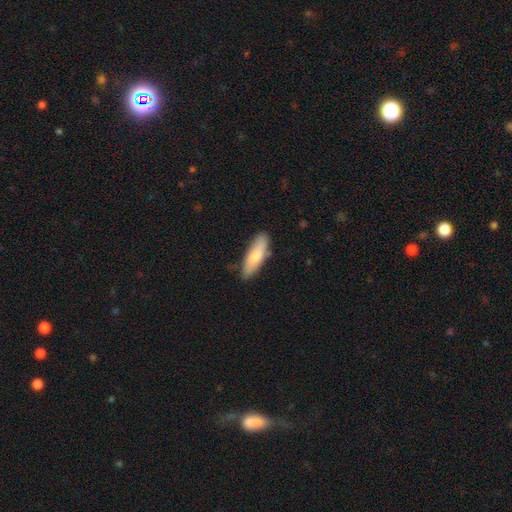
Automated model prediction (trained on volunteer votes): Smooth or featured: smooth — 78% (featured or disk — 16%)
How rounded: in between — 49% (tied with cigar-shaped — 49%)
Merging: none — 78% (minor disturbance — 17%)